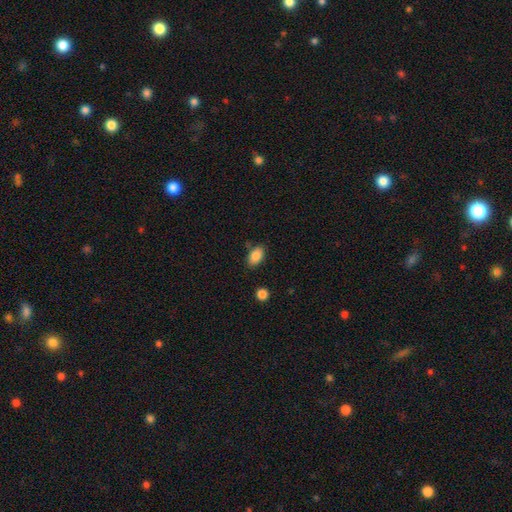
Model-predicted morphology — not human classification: type=smooth (87%); roundness=in between (91%); merging=none (81%).